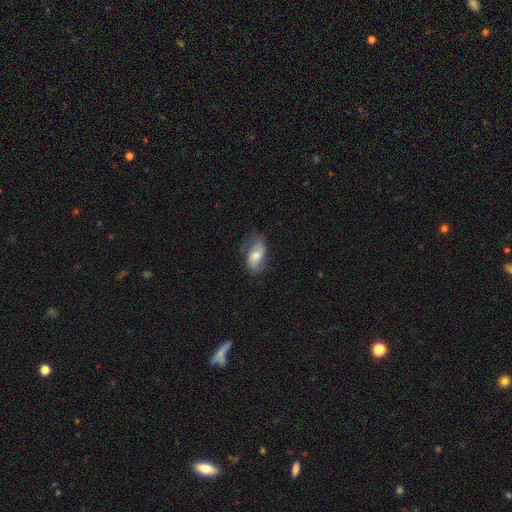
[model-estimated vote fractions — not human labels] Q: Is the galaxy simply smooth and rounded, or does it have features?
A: smooth — 56%.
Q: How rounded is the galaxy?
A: in between — 91%.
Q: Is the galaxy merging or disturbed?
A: none — 63%.